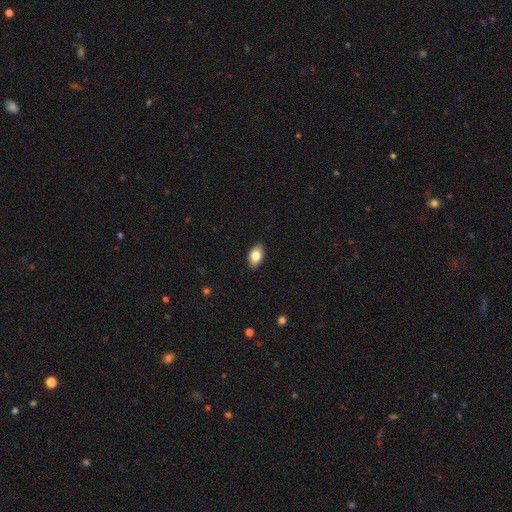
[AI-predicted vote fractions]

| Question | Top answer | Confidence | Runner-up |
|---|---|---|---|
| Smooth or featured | smooth | 81% | featured or disk (11%) |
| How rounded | in between | 91% | round (8%) |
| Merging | none | 89% | minor disturbance (9%) |